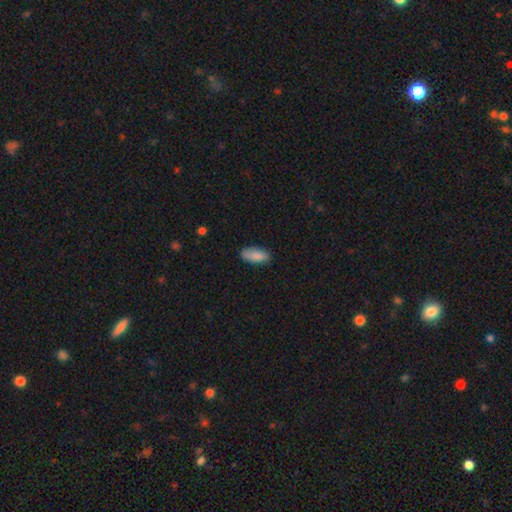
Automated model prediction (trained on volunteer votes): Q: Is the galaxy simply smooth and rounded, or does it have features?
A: smooth — 87%.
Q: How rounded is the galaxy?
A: in between — 84%.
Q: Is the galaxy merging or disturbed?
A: none — 81%.